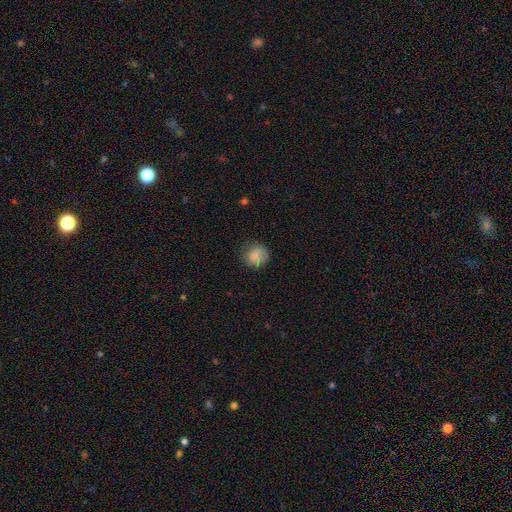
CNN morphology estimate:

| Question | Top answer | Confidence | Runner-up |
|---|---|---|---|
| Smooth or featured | smooth | 84% | star or artifact (9%) |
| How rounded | round | 82% | in between (17%) |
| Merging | none | 74% | minor disturbance (19%) |